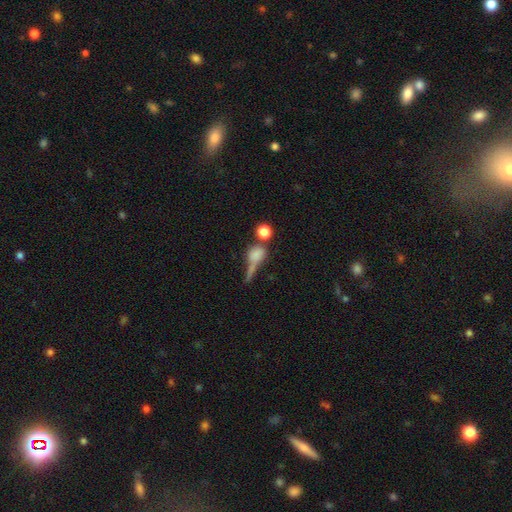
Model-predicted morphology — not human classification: Smooth or featured? smooth (67%)
How rounded? round (49%)
Merging? none (35%)